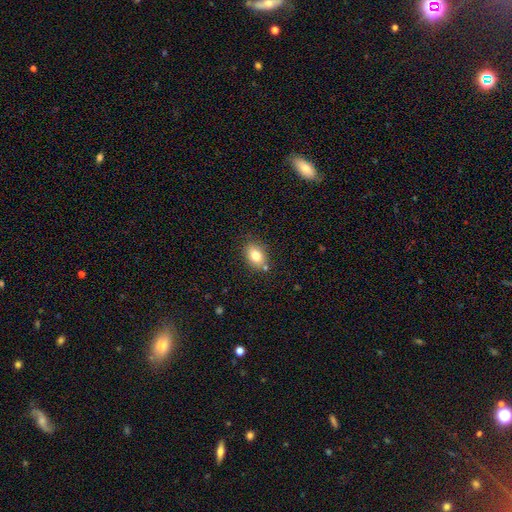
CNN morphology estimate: Smooth or featured: smooth — 79% (featured or disk — 11%)
How rounded: in between — 70% (round — 29%)
Merging: none — 79% (minor disturbance — 13%)